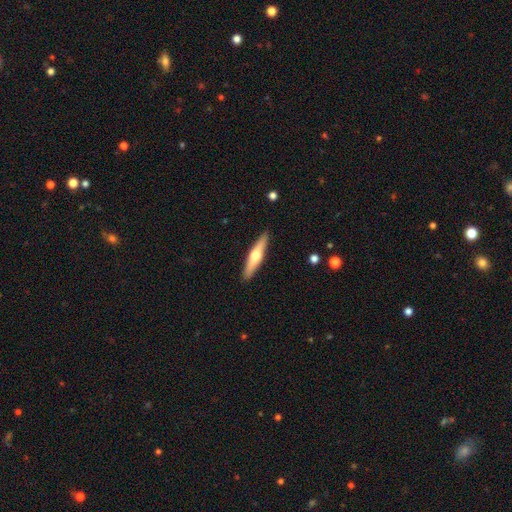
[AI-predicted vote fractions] Smooth or featured? Predicted: featured or disk (p=0.53). Edge-on disk? Predicted: yes (p=0.95). Edge-on bulge? Predicted: rounded (p=0.92). Merging? Predicted: none (p=0.91).